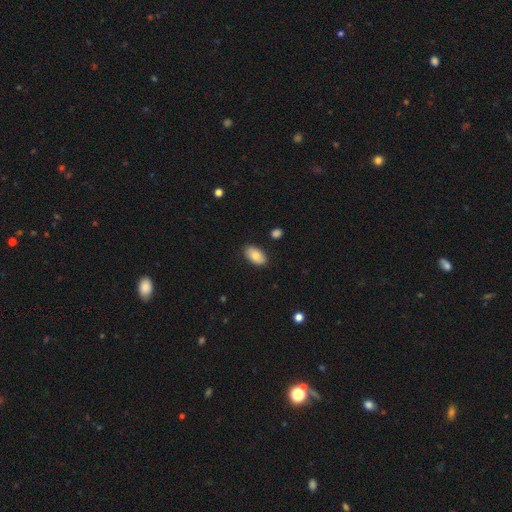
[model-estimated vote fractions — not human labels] Smooth or featured? smooth (78%)
How rounded? in between (94%)
Merging? none (86%)